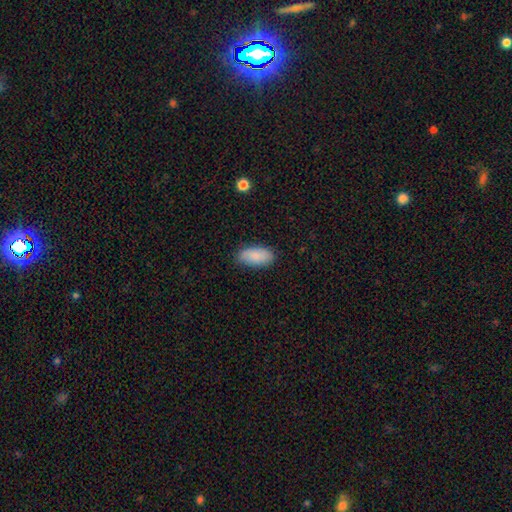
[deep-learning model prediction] A smooth galaxy with no disk features (88%) that is in between round and cigar-shaped (92%).

Vote fractions:
- Smooth or featured? smooth: 88% / star or artifact: 6% / featured or disk: 6%
- How rounded? in between: 92% / cigar-shaped: 5% / round: 2%
- Merging? none: 83% / minor disturbance: 13% / major disturbance: 3% / merger: 1%